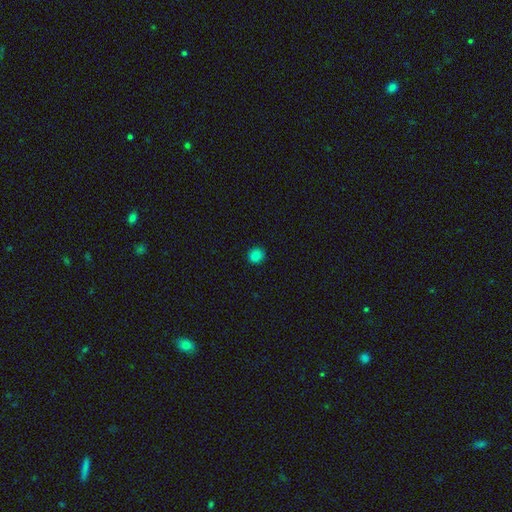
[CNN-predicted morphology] This is clearly a smooth galaxy (84%). How rounded: clearly round (89%). Merging: clearly none (92%).